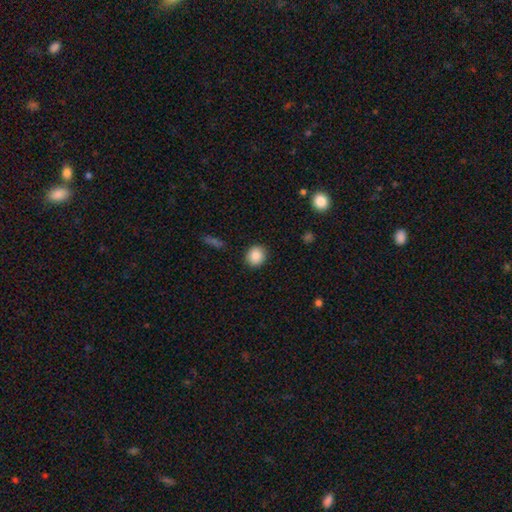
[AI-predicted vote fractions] A smooth galaxy with no disk features (86%) that is round (83%). Merging: none (90%).